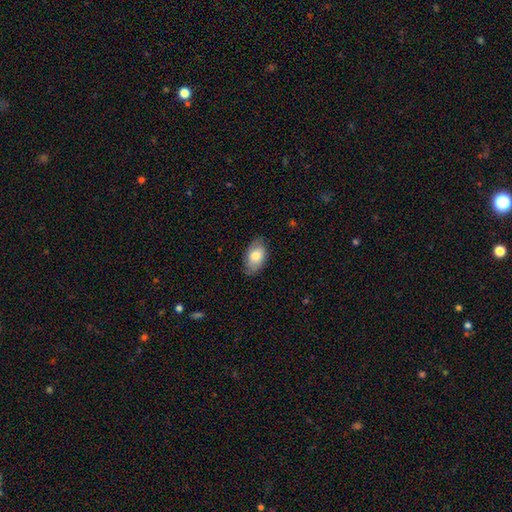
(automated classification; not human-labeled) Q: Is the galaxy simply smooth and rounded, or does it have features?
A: smooth — 75%.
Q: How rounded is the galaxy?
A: in between — 92%.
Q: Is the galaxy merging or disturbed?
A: none — 77%.